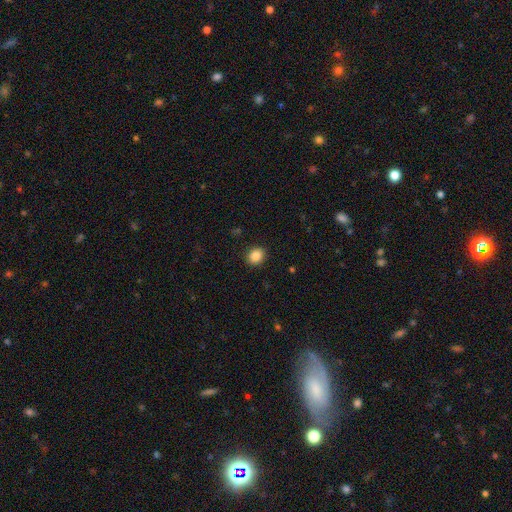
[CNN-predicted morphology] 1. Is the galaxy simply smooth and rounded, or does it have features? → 87% smooth, 10% star or artifact, 4% featured or disk.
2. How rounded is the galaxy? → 67% round, 32% in between, 1% cigar-shaped.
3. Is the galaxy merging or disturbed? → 90% none, 7% minor disturbance, 2% major disturbance, 1% merger.